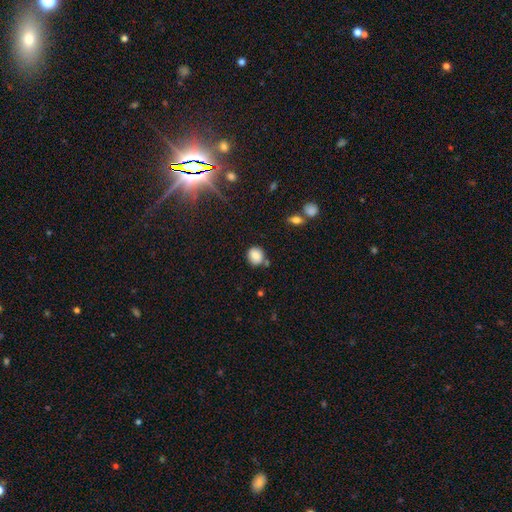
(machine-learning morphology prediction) This appears to be a smooth galaxy with no disk features (84%) that is round (81%). Merging: none (72%).